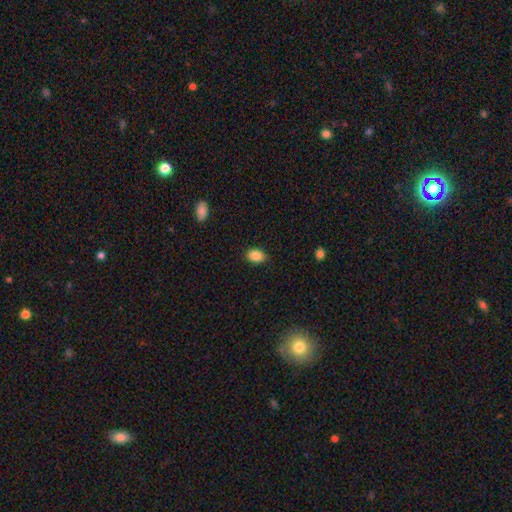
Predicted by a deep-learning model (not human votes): The model was most divided on "how rounded": in between: 80%, round: 19%, cigar-shaped: 1%. More confident: merging — none (87%); smooth or featured — smooth (87%).